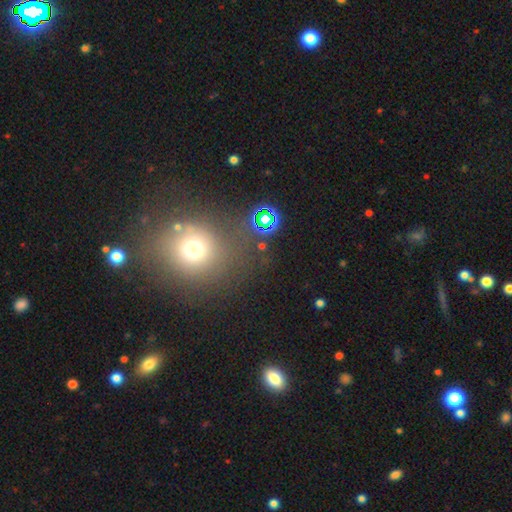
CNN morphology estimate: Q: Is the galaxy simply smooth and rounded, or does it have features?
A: smooth — 60%.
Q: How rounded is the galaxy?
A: round — 79%.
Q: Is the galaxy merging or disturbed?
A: none — 76%.